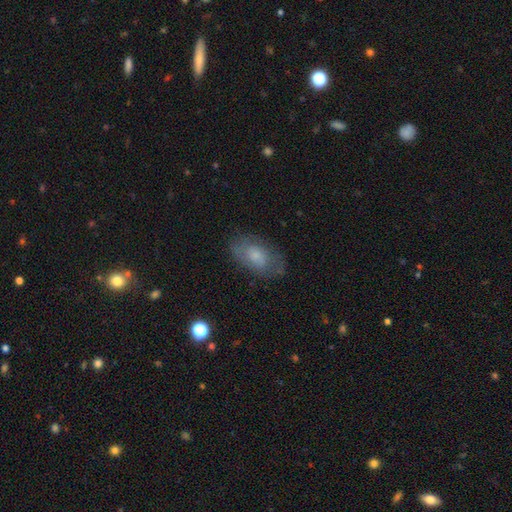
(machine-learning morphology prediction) A smooth galaxy with no disk features (60%) that is in between round and cigar-shaped (91%). Merging: none (73%).